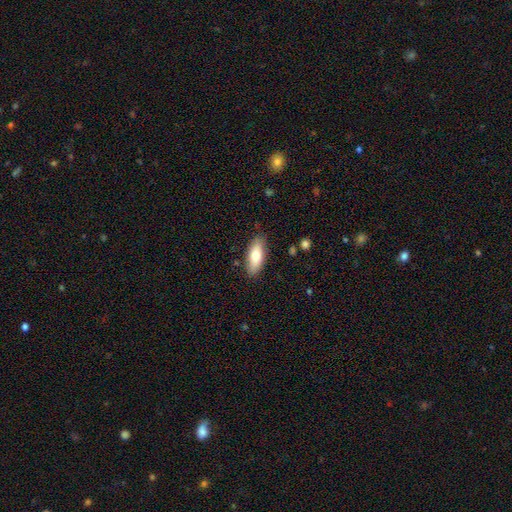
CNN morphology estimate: smooth_or_featured: smooth (p=0.74) [alt: featured or disk p=0.20]
how_rounded: in between (p=0.78) [alt: cigar-shaped p=0.20]
merging: none (p=0.84) [alt: minor disturbance p=0.12]